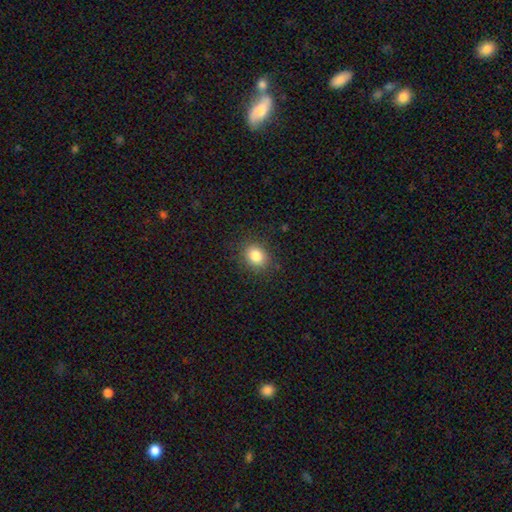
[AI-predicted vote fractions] Overall: smooth (84%). How rounded: round (55%; in between 45%). Merging: none (87%).